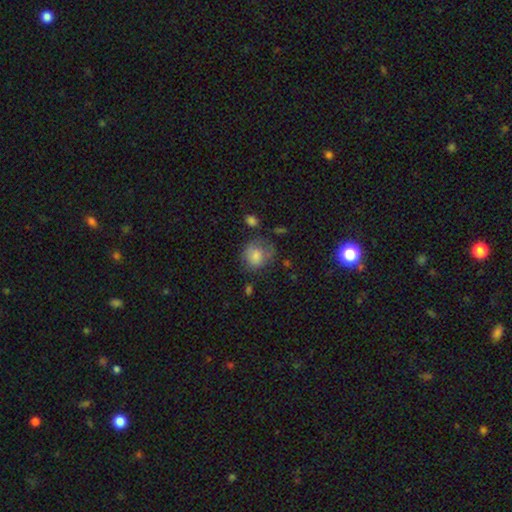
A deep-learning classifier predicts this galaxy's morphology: smooth_or_featured: smooth (p=0.72) [alt: featured or disk p=0.17]
how_rounded: round (p=0.69) [alt: in between p=0.30]
merging: none (p=0.50) [alt: minor disturbance p=0.29]